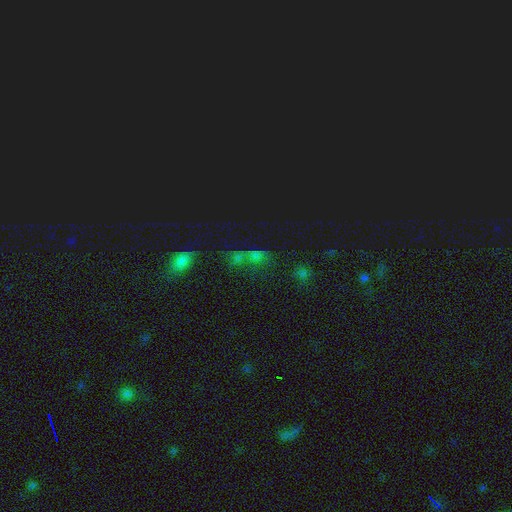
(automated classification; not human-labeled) smooth_or_featured: star or artifact (p=0.53) [alt: smooth p=0.36]